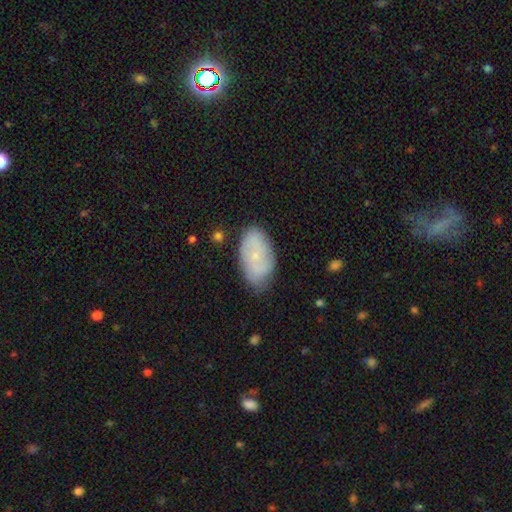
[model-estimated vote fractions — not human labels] A smooth galaxy with no disk features (52%) that is in between round and cigar-shaped (93%). Merging: none (72%).